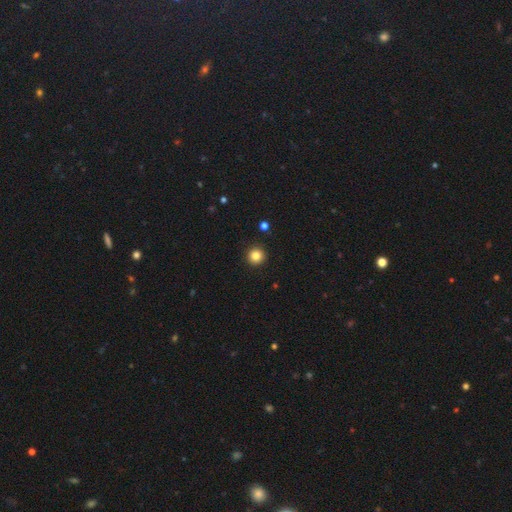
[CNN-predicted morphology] The model was most divided on "smooth or featured": smooth: 84%, star or artifact: 11%, featured or disk: 4%. More confident: how rounded — round (95%); merging — none (93%).